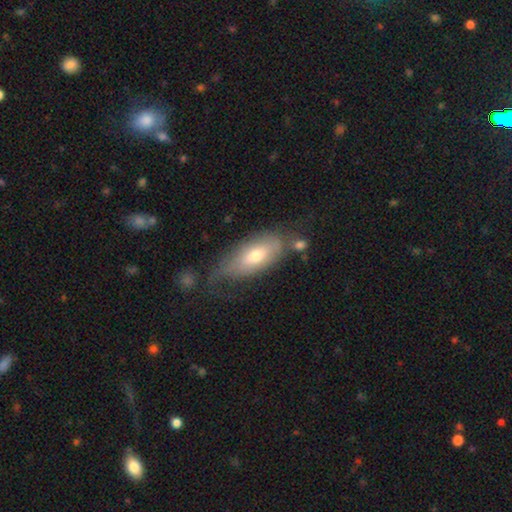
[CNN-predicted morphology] Smooth or featured? Predicted: smooth (p=0.60). How rounded? Predicted: in between (p=0.83). Merging? Predicted: none (p=0.47).